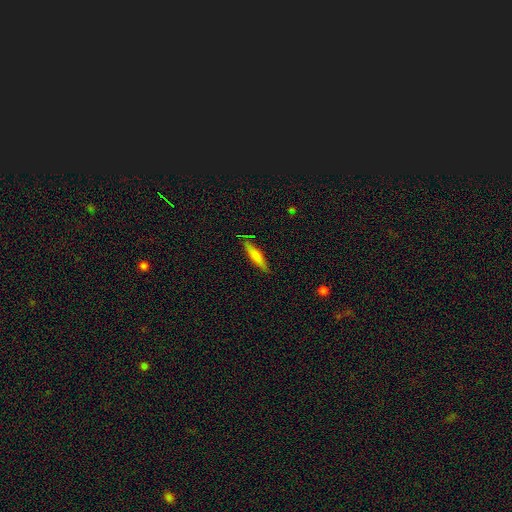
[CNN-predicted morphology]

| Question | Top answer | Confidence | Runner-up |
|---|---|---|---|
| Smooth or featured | smooth | 73% | featured or disk (21%) |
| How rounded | cigar-shaped | 80% | in between (19%) |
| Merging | none | 84% | minor disturbance (12%) |